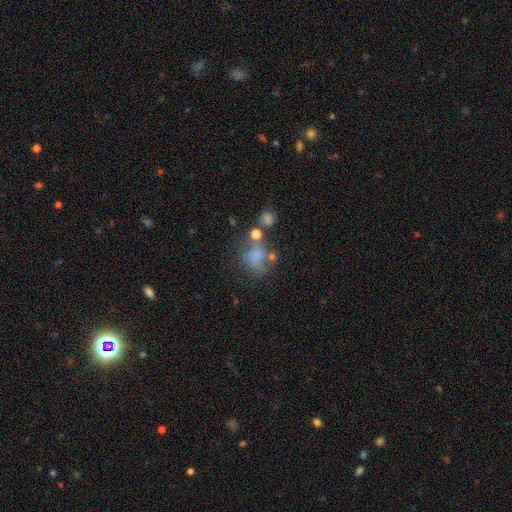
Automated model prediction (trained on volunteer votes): The model was most divided on "how rounded": round: 55%, in between: 43%, cigar-shaped: 1%. Remaining: smooth or featured — smooth (62%); merging — none (37%).